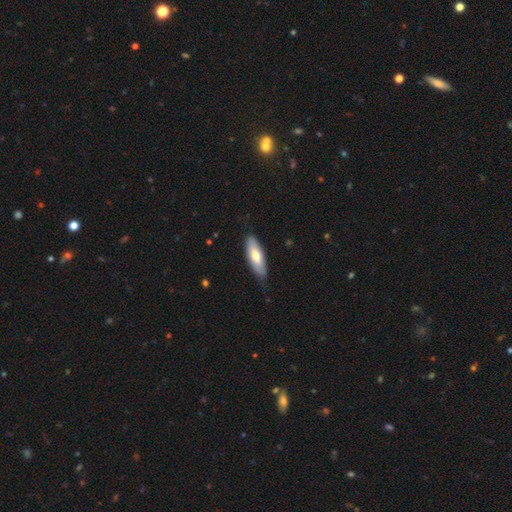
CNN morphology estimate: smooth 67%, featured or disk 28%, star or artifact 5%. Down the decision tree: how rounded — in between (64%); merging — none (75%).